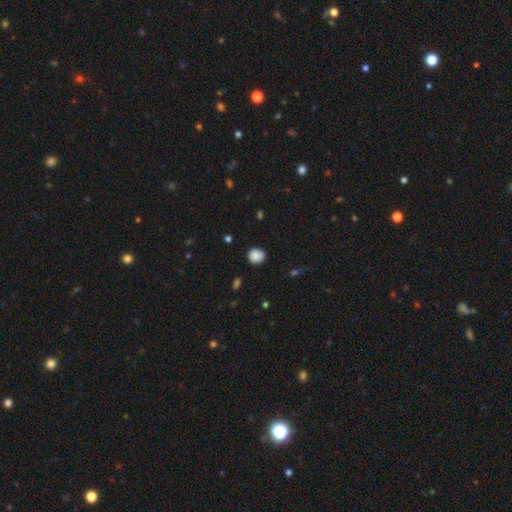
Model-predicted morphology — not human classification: type=smooth (87%); roundness=round (83%); merging=none (86%).